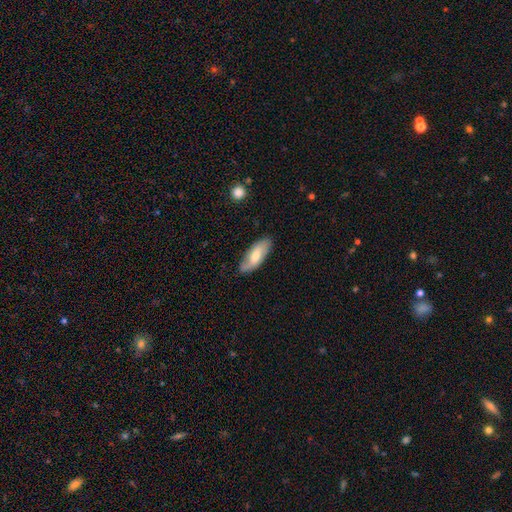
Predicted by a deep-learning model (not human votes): This appears to be a smooth galaxy with no disk features (55%) that is in between round and cigar-shaped (78%). Merging: none (78%).